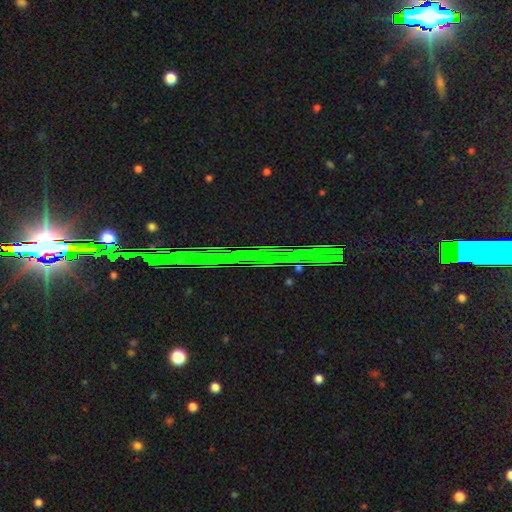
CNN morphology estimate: This appears to be a star or artifact, not a galaxy (86%).